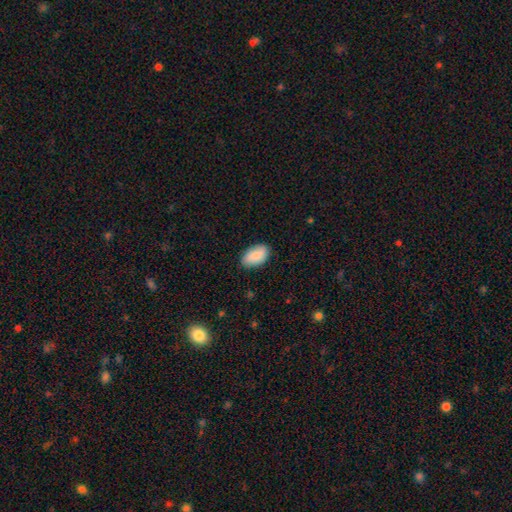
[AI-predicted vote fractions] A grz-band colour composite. It shows a smooth galaxy with no disk features (86%) that is in between round and cigar-shaped (94%). Merging: none (83%).